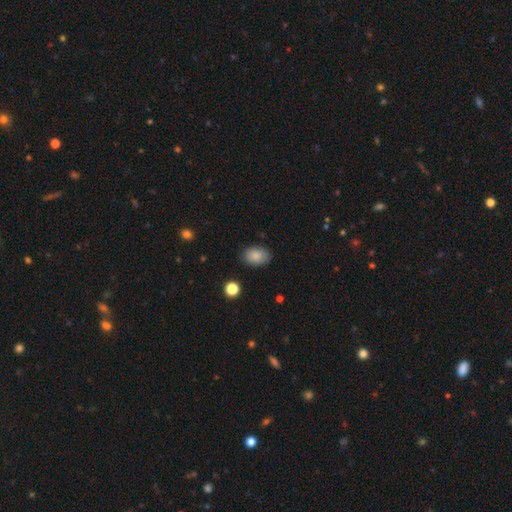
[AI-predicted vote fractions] This appears to be a smooth galaxy with no disk features (85%) that is in between round and cigar-shaped (82%). Merging: none (85%).